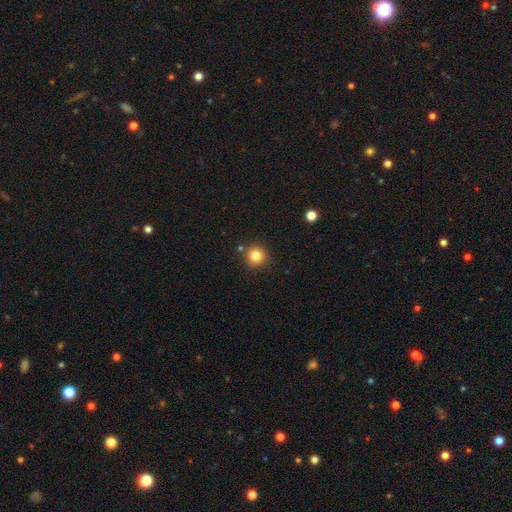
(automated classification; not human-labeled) This is clearly a smooth galaxy (83%). How rounded: clearly round (95%). Merging: clearly none (86%).